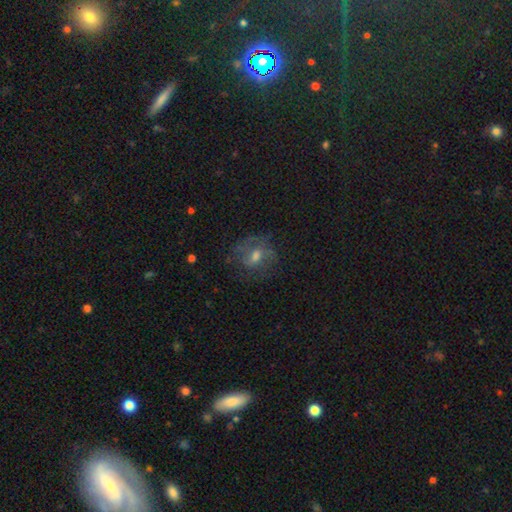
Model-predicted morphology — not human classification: A featured or disk galaxy (51%).

Vote fractions:
- Smooth or featured? featured or disk: 51% / smooth: 34% / star or artifact: 14%
- Edge-on disk? no: 95% / yes: 5%
- Merging? none: 64% / minor disturbance: 20% / major disturbance: 15% / merger: 2%